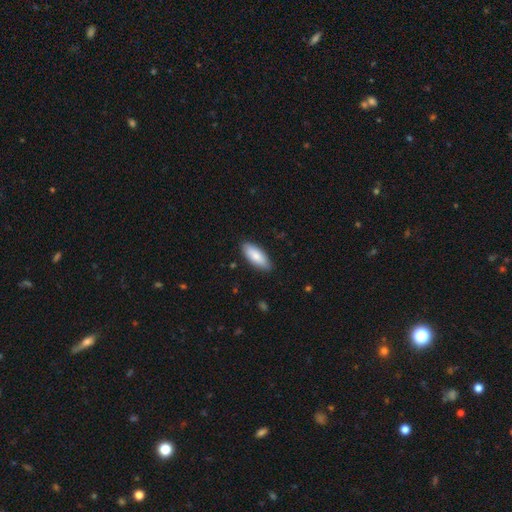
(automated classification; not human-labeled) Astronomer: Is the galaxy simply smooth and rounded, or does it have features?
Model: smooth — 84%.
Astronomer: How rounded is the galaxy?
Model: in between — 81%.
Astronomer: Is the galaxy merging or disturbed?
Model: none — 86%.